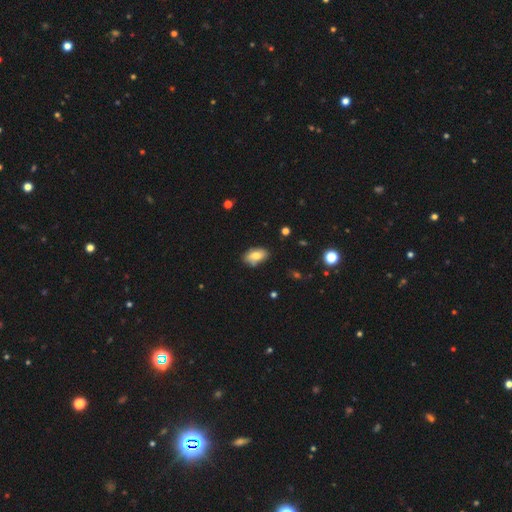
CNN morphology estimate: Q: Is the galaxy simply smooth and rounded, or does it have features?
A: smooth — 75%.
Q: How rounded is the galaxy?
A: in between — 92%.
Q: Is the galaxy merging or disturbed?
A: none — 69%.